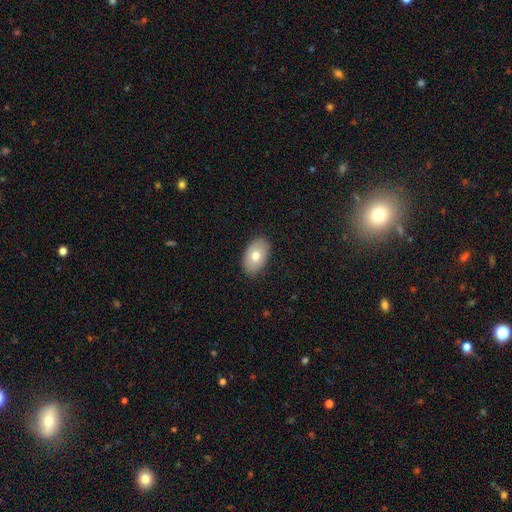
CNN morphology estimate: A smooth galaxy with no disk features (72%) that is in between round and cigar-shaped (91%). Merging: none (88%).